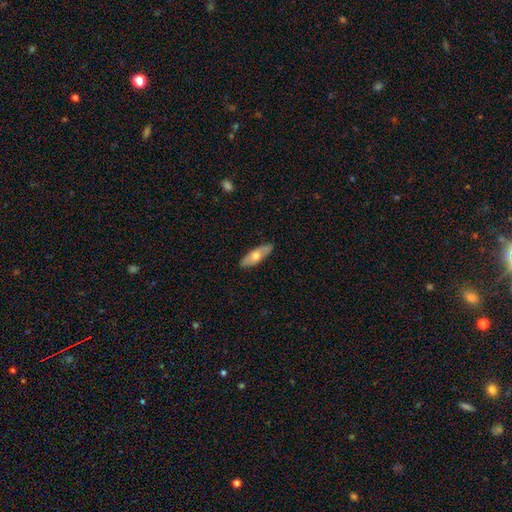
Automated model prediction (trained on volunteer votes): Smooth or featured: smooth — 59% (featured or disk — 36%)
How rounded: in between — 59% (cigar-shaped — 38%)
Merging: none — 86% (minor disturbance — 11%)